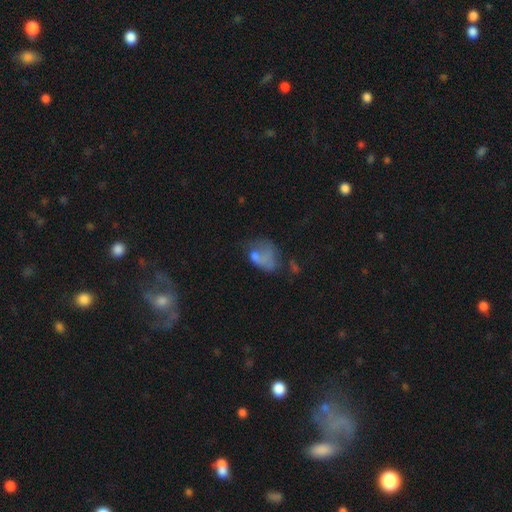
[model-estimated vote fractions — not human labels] smooth 55%, featured or disk 30%, star or artifact 15%. Down the decision tree: how rounded — in between (76%); merging — major disturbance (38%).